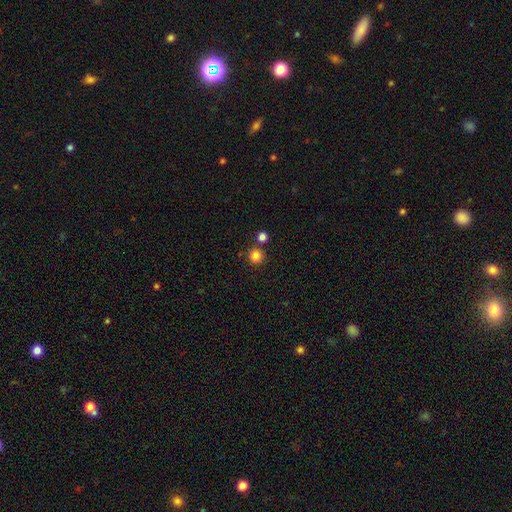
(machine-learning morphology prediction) Smooth or featured: smooth — 83% (star or artifact — 13%)
How rounded: round — 94% (in between — 5%)
Merging: none — 80% (merger — 11%)